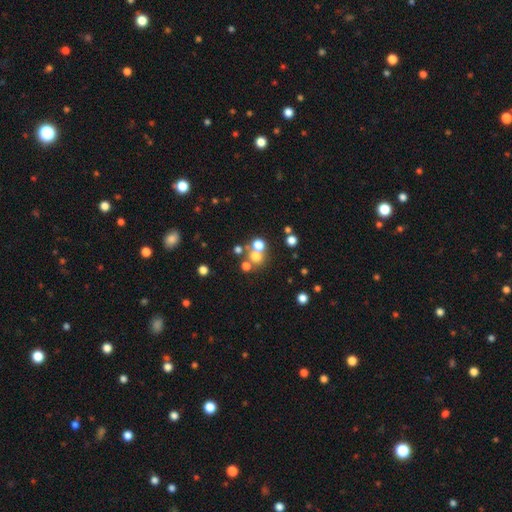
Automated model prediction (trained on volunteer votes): Overall: smooth (63%). How rounded: round (84%). Merging: none (51%; merger 36%).